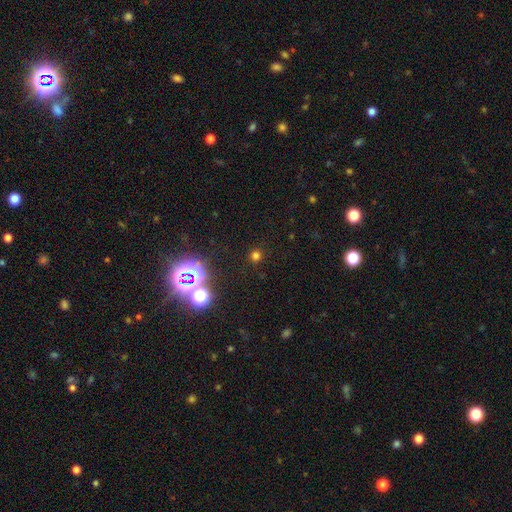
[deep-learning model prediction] A smooth galaxy with no disk features (64%) that is round (92%).

Vote fractions:
- Smooth or featured? smooth: 64% / star or artifact: 30% / featured or disk: 5%
- How rounded? round: 92% / in between: 7% / cigar-shaped: 1%
- Merging? none: 88% / minor disturbance: 6% / merger: 3% / major disturbance: 3%